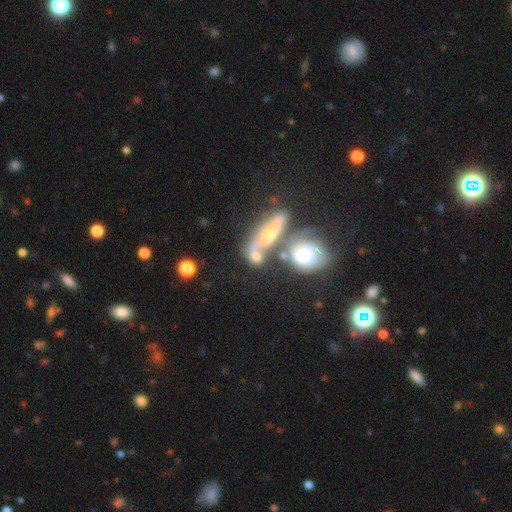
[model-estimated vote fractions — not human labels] Q: Smooth or featured?
A: smooth (45%); runner-up: featured or disk (44%)
Q: Merging?
A: merger (51%); runner-up: none (28%)